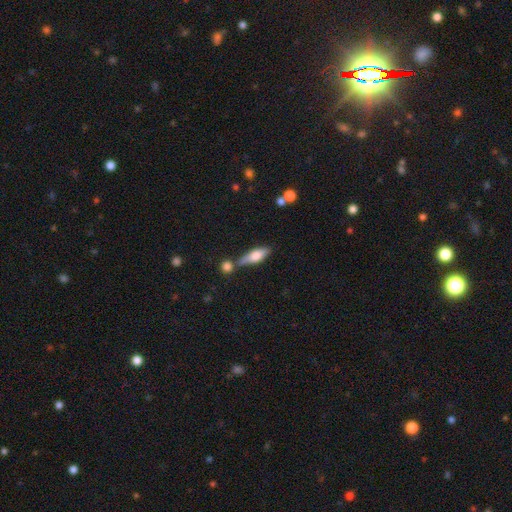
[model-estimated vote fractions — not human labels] This appears to be a smooth galaxy with no disk features (58%) that is in between round and cigar-shaped (51%). Merging: none (60%).